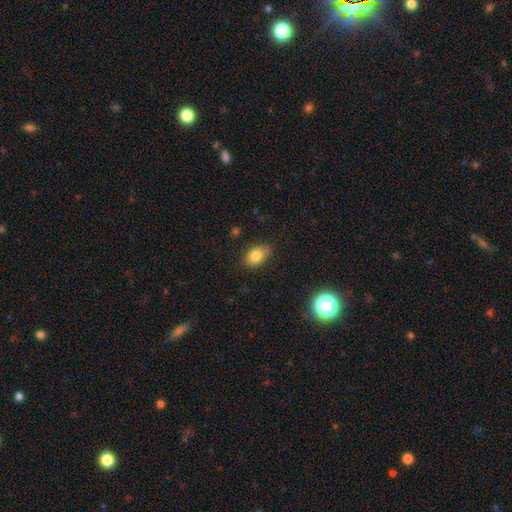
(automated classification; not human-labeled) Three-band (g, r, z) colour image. It shows a smooth galaxy with no disk features (82%) that is in between round and cigar-shaped (78%). Merging: none (76%).